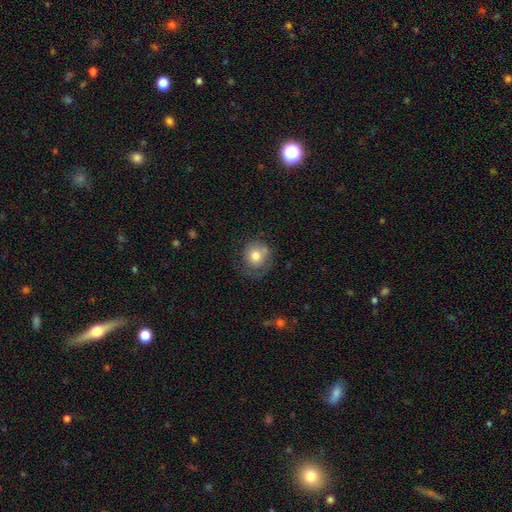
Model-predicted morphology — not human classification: This is likely a smooth galaxy (73%). How rounded: clearly round (84%). Merging: possibly none (55%).